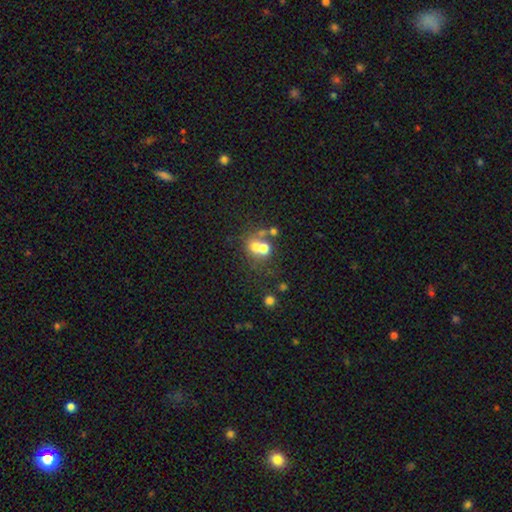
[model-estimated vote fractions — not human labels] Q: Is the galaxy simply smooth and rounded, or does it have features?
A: smooth — 47%.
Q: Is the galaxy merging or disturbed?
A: none — 50%.